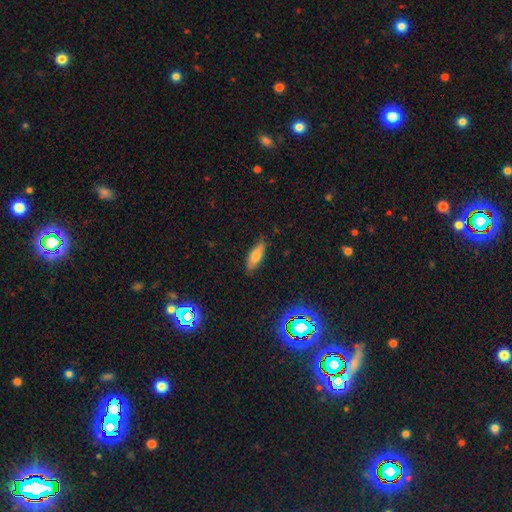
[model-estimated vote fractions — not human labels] Smooth or featured? Predicted: smooth (p=0.71). How rounded? Predicted: in between (p=0.59). Merging? Predicted: none (p=0.84).